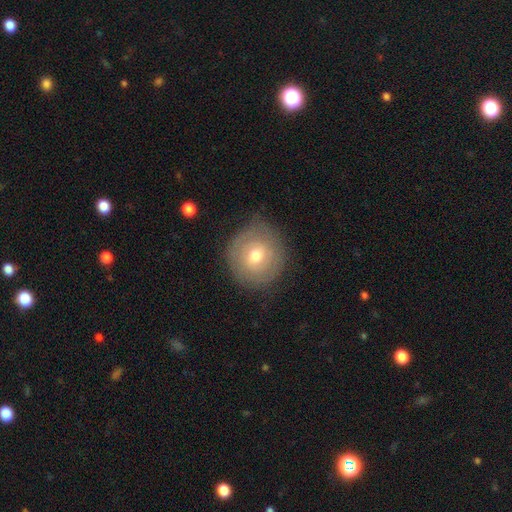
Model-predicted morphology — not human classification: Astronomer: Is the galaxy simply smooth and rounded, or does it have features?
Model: smooth — 49% (runner-up: featured or disk, 42%).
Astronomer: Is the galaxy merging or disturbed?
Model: none — 76%.